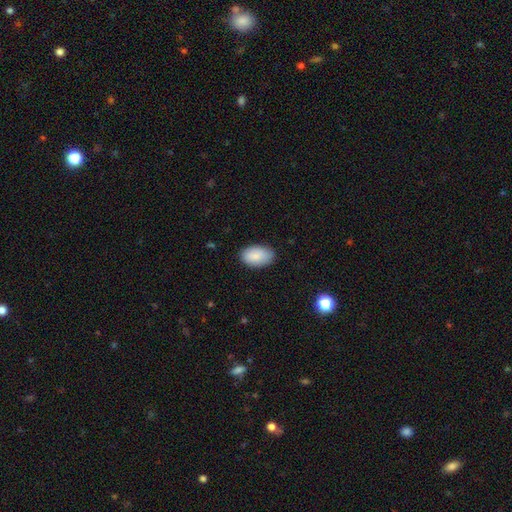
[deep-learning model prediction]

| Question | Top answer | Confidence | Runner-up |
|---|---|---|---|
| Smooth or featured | smooth | 87% | featured or disk (6%) |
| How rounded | in between | 94% | round (5%) |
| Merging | none | 82% | minor disturbance (14%) |